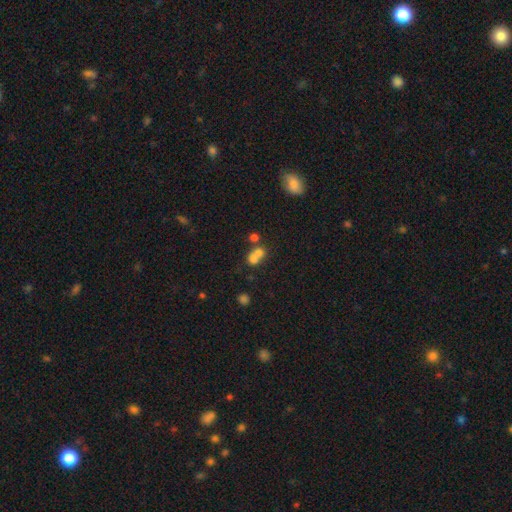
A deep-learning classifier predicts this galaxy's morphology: Smooth or featured? smooth (69%)
How rounded? round (63%)
Merging? merger (65%)